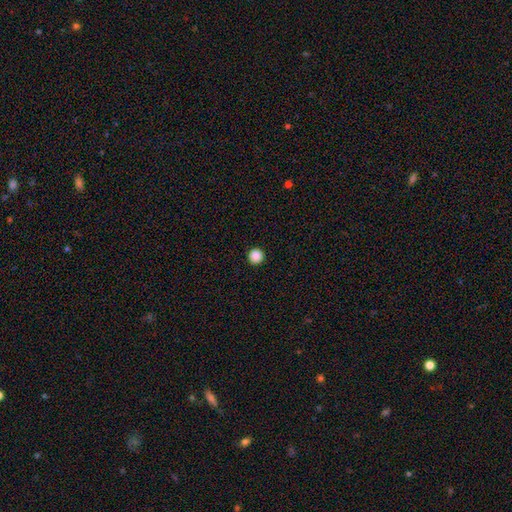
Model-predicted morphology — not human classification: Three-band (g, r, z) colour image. It shows a smooth galaxy with no disk features (88%) that is round (97%). Merging: none (94%).